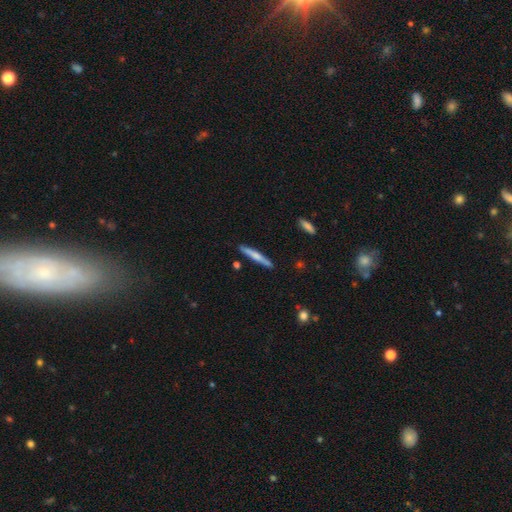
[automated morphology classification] smooth-or-featured: smooth: 57% | featured or disk: 37% | star or artifact: 5%
  how-rounded: cigar-shaped: 94% | in between: 4% | round: 1%
  merging: none: 87% | minor disturbance: 9% | merger: 2% | major disturbance: 2%